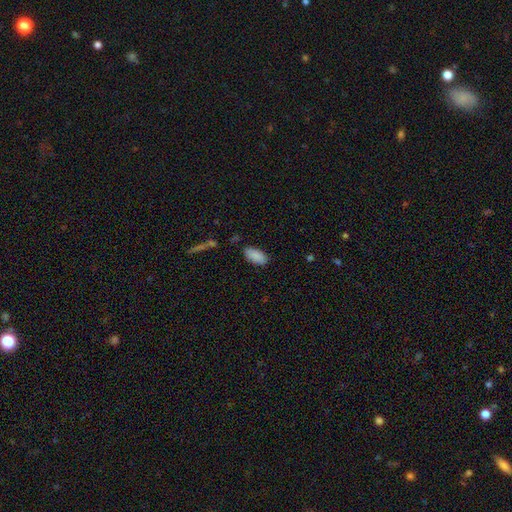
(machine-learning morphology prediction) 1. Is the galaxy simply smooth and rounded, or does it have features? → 88% smooth, 7% star or artifact, 5% featured or disk.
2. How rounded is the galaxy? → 93% in between, 5% cigar-shaped, 2% round.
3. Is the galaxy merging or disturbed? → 81% none, 14% minor disturbance, 3% major disturbance, 2% merger.